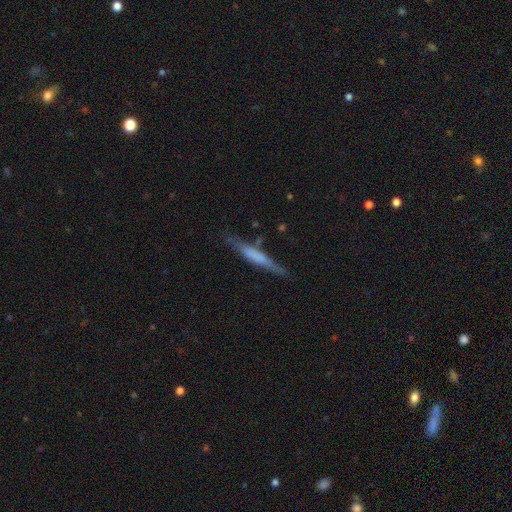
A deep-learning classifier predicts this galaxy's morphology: type=featured or disk (50%); merging=none (75%).